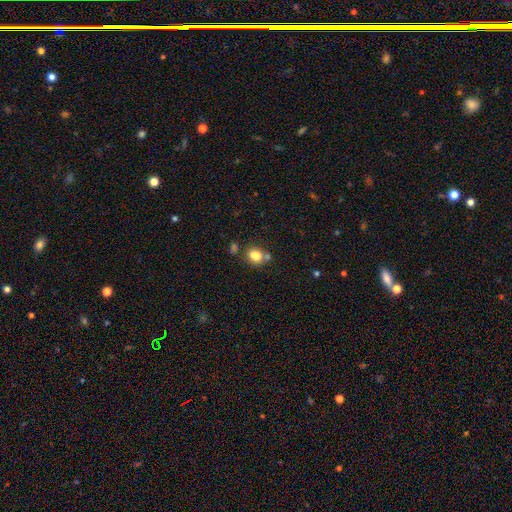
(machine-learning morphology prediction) This is likely a smooth galaxy (79%). How rounded: possibly in between (54%). Merging: possibly none (55%).